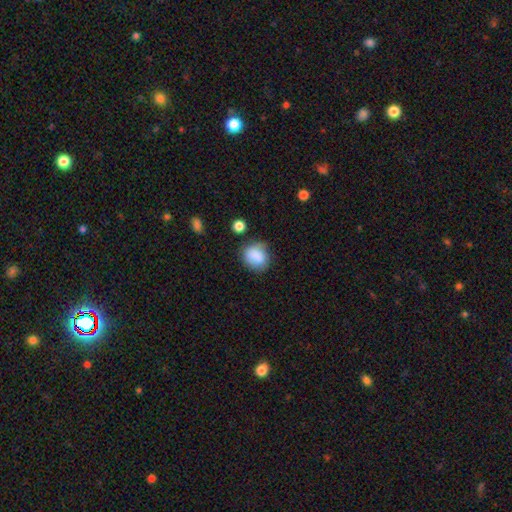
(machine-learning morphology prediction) smooth 84%, star or artifact 8%, featured or disk 8%. Down the decision tree: how rounded — round (63%); merging — none (63%).